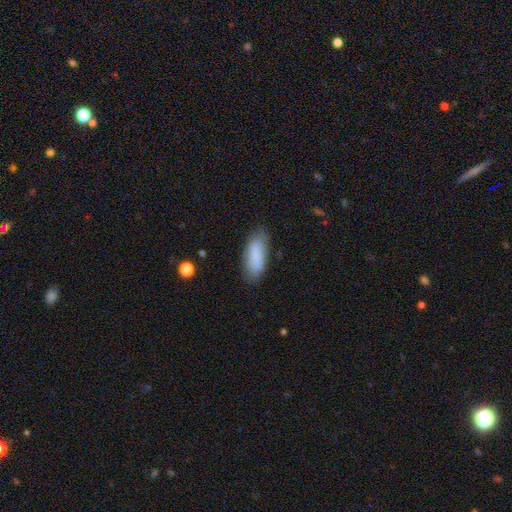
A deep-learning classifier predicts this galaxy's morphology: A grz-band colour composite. It shows a smooth galaxy with no disk features (83%) that is in between round and cigar-shaped (75%). Merging: none (77%).